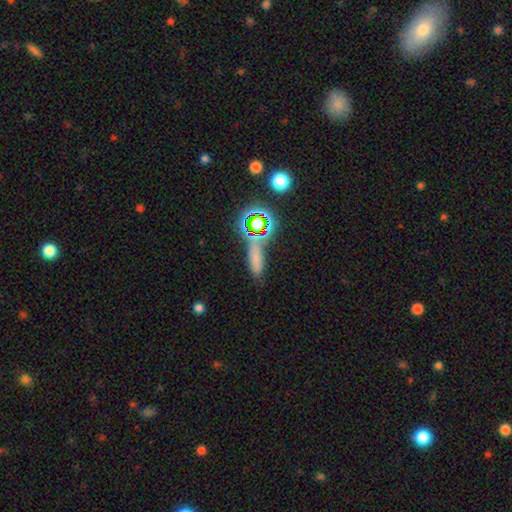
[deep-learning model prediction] smooth_or_featured: smooth (p=0.58) [alt: star or artifact p=0.31]
how_rounded: cigar-shaped (p=0.55) [alt: in between p=0.33]
merging: none (p=0.60) [alt: merger p=0.17]